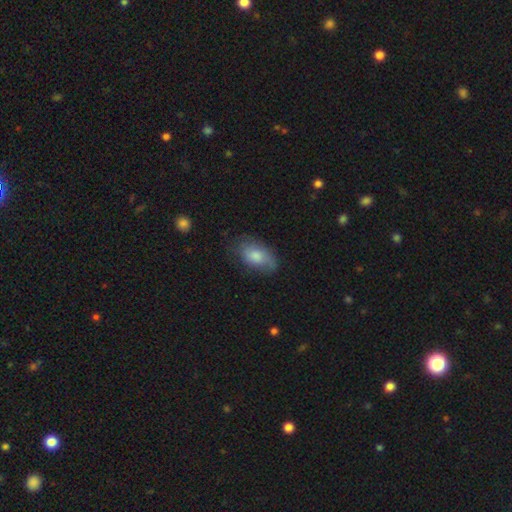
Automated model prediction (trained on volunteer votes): Smooth or featured? smooth (70%)
How rounded? in between (91%)
Merging? none (66%)